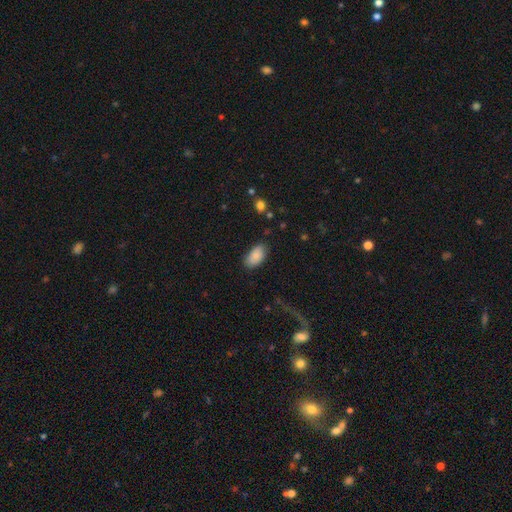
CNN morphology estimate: smooth_or_featured: smooth (p=0.84) [alt: featured or disk p=0.09]
how_rounded: in between (p=0.94) [alt: round p=0.04]
merging: none (p=0.78) [alt: minor disturbance p=0.17]